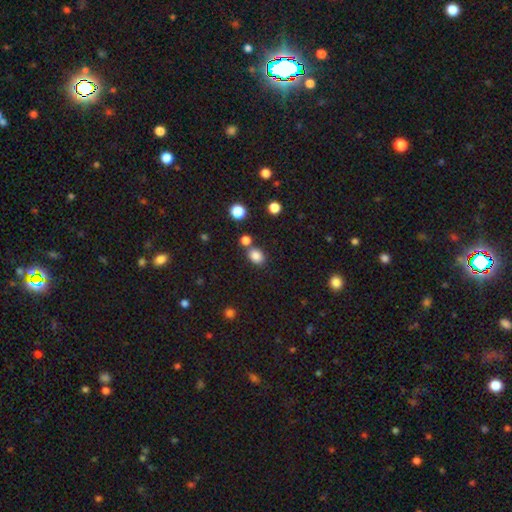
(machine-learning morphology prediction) smooth_or_featured: smooth (p=0.83) [alt: star or artifact p=0.12]
how_rounded: in between (p=0.52) [alt: round p=0.47]
merging: none (p=0.70) [alt: merger p=0.17]